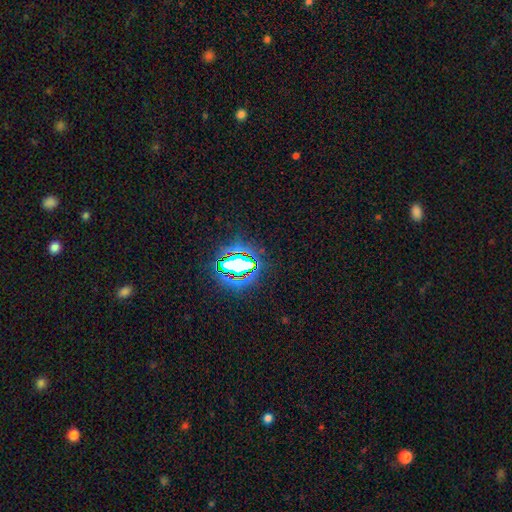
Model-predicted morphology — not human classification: A star or artifact, not a galaxy (81%).